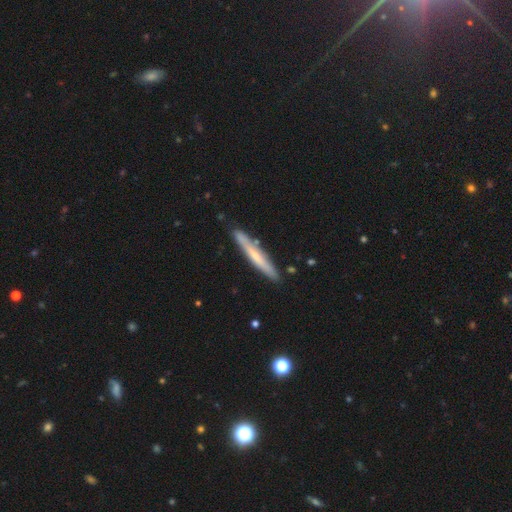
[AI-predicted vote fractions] This is possibly a featured or disk galaxy (48%). Merging: clearly none (85%).